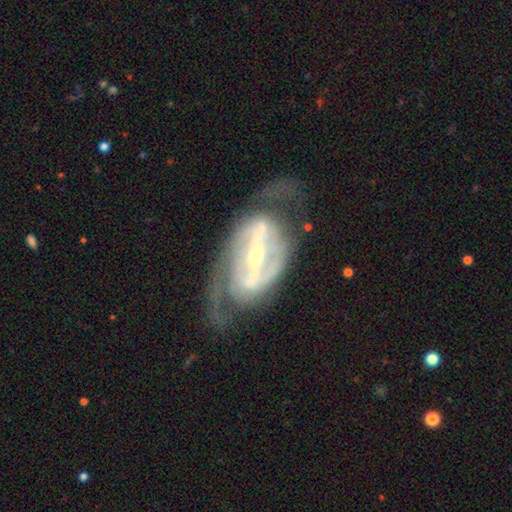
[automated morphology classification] Smooth or featured?
  - featured or disk: 88% *
  - smooth: 7%
  - star or artifact: 5%
Edge-on disk?
  - no: 93% *
  - yes: 7%
Bar?
  - strong: 74% *
  - weak: 18%
  - no: 8%
Spiral arms?
  - yes: 85% *
  - no: 15%
Spiral winding?
  - medium: 44% *
  - tight: 34%
  - loose: 22%
Spiral arm count?
  - 2: 77% *
  - can't tell: 13%
  - 3: 4%
  - 1: 3%
  - 4: 2%
  - more than 4: 2%
Bulge size?
  - small: 68% *
  - moderate: 27%
  - large: 2%
  - none: 1%
  - dominant: 1%
Merging?
  - none: 59% *
  - major disturbance: 21%
  - minor disturbance: 18%
  - merger: 2%